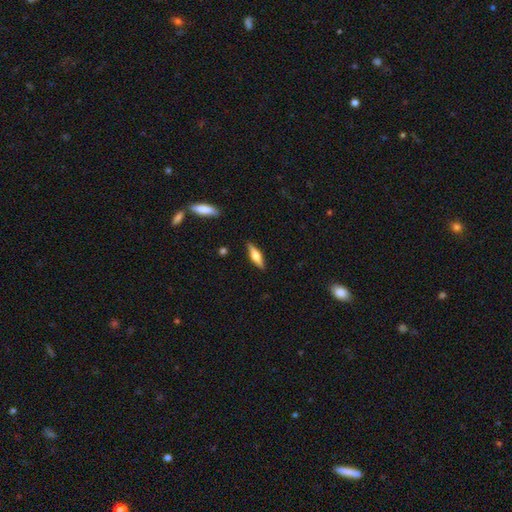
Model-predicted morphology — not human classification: Overall: smooth (49%; featured or disk 45%). Merging: none (88%).